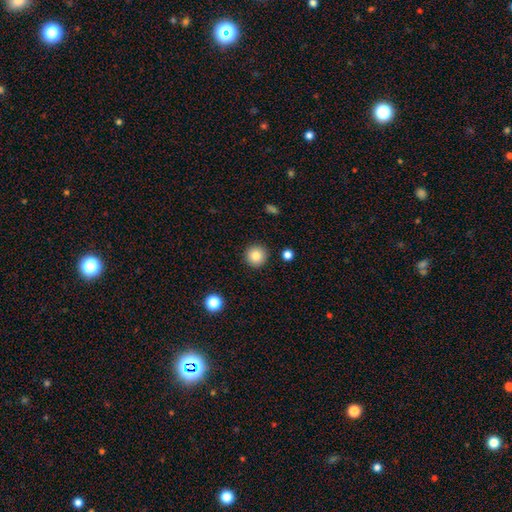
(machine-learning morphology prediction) Smooth or featured?
  - smooth: 84% *
  - star or artifact: 10%
  - featured or disk: 6%
How rounded?
  - round: 95% *
  - in between: 4%
  - cigar-shaped: 1%
Merging?
  - none: 91% *
  - minor disturbance: 5%
  - major disturbance: 2%
  - merger: 2%